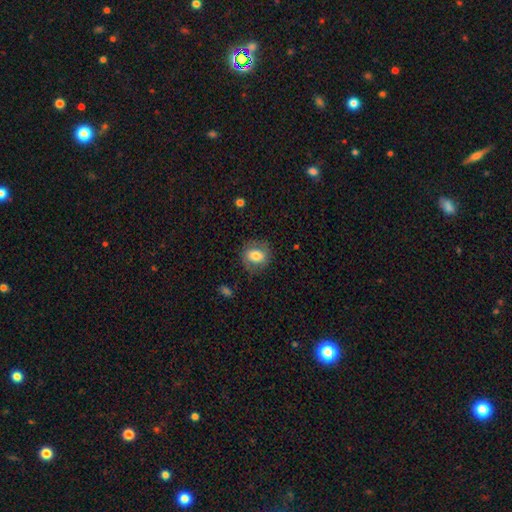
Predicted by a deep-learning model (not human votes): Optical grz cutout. It shows a smooth galaxy with no disk features (68%) that is round (52%). Merging: none (75%).